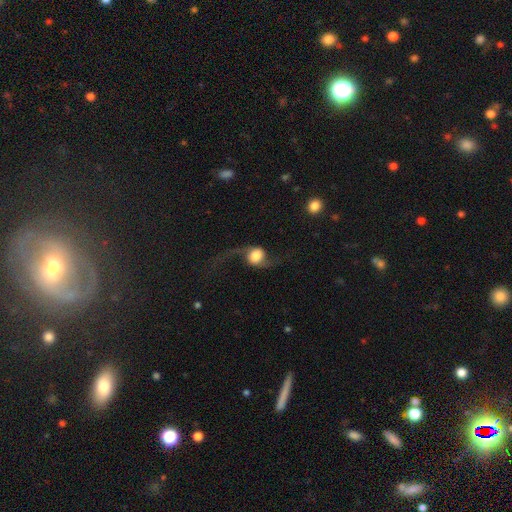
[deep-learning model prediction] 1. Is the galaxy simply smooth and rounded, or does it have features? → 72% featured or disk, 21% smooth, 7% star or artifact.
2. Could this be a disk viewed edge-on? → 92% no, 8% yes.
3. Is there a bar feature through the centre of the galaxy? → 66% no, 26% weak, 9% strong.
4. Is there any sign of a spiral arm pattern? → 94% yes, 6% no.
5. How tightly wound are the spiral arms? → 92% loose, 6% medium, 2% tight.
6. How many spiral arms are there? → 92% 2, 4% 1, 1% can't tell, 1% 3, 1% 4, 1% more than 4.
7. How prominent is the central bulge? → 40% large, 30% dominant, 20% moderate, 7% small, 3% none.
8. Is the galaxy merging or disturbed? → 57% none, 25% major disturbance, 15% minor disturbance, 3% merger.